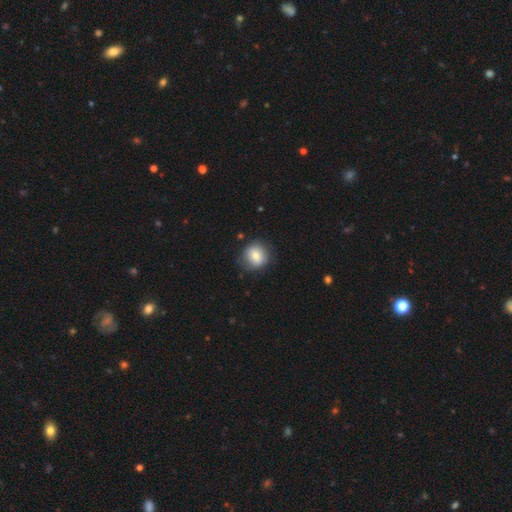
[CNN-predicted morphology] This is likely a smooth galaxy (74%). How rounded: clearly round (87%). Merging: likely none (78%).